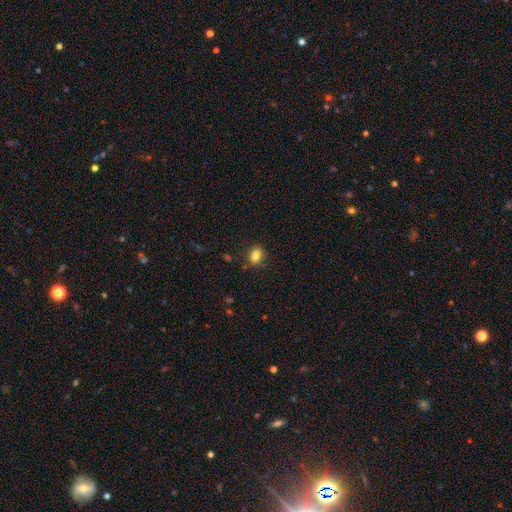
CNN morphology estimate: A smooth galaxy with no disk features (83%) that is in between round and cigar-shaped (61%).

Vote fractions:
- Smooth or featured? smooth: 83% / star or artifact: 10% / featured or disk: 7%
- How rounded? in between: 61% / round: 38% / cigar-shaped: 1%
- Merging? none: 85% / minor disturbance: 10% / major disturbance: 3% / merger: 2%